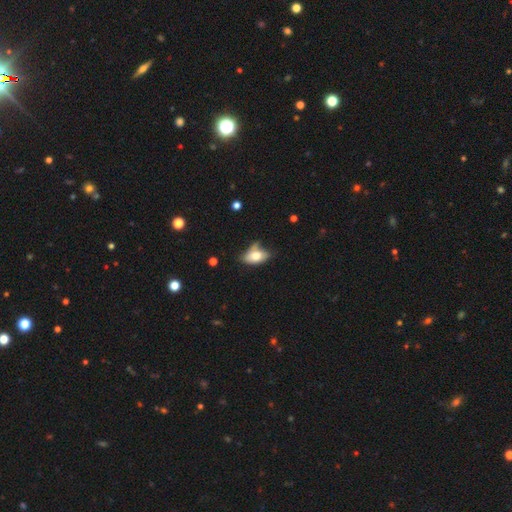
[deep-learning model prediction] This is likely a smooth galaxy (73%). How rounded: clearly in between (90%). Merging: marginally none (42%).